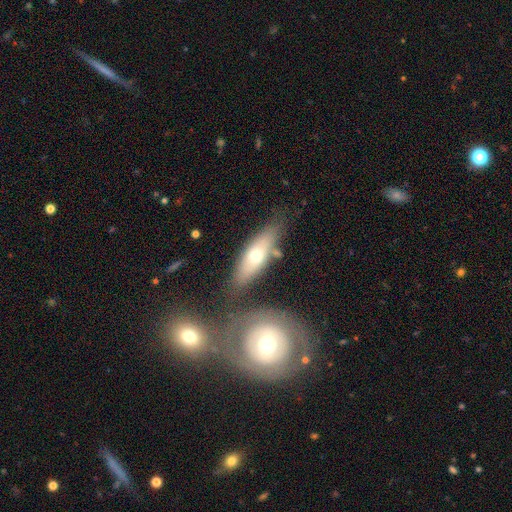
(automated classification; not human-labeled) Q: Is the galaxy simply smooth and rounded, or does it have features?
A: smooth — 61%.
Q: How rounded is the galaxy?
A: in between — 52%.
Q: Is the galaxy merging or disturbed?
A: none — 69%.